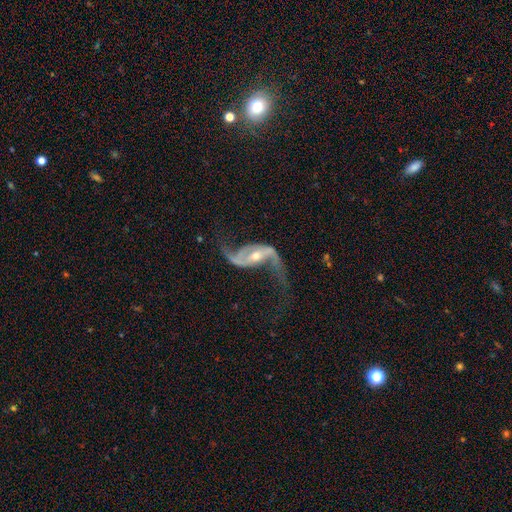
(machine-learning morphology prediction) The model was most divided on "bar": strong: 39%, weak: 33%, no: 28%. More confident: spiral arms — yes (96%); edge-on disk — no (96%); spiral arm count — 2 (93%); smooth or featured — featured or disk (92%); spiral winding — loose (85%); merging — none (61%); bulge size — moderate (52%).